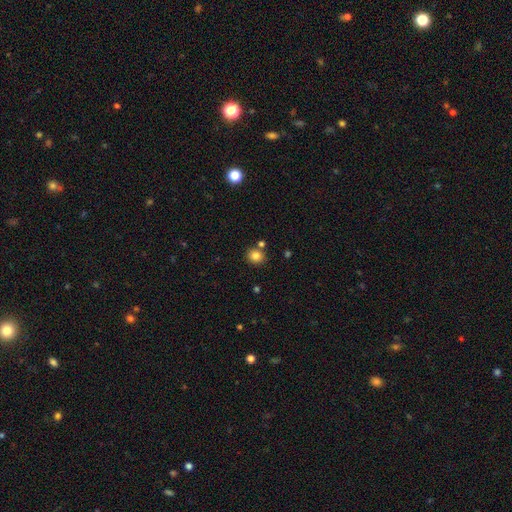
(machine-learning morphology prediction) Smooth or featured?
  - smooth: 82% *
  - star or artifact: 12%
  - featured or disk: 6%
How rounded?
  - round: 80% *
  - in between: 19%
  - cigar-shaped: 1%
Merging?
  - none: 79% *
  - merger: 11%
  - minor disturbance: 8%
  - major disturbance: 2%